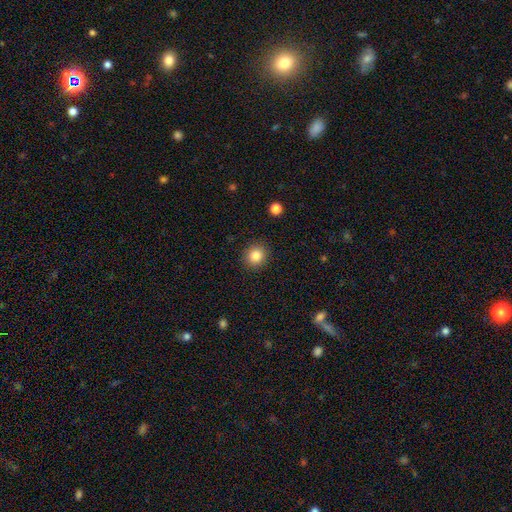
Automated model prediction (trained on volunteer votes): smooth 84%, star or artifact 10%, featured or disk 5%. Down the decision tree: how rounded — round (86%); merging — none (90%).